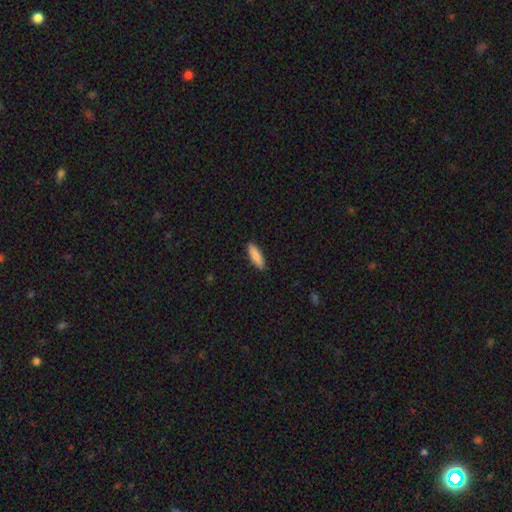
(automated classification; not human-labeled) smooth-or-featured: smooth: 88% | featured or disk: 6% | star or artifact: 6%
  how-rounded: cigar-shaped: 54% | in between: 44% | round: 2%
  merging: none: 89% | minor disturbance: 8% | major disturbance: 2% | merger: 1%